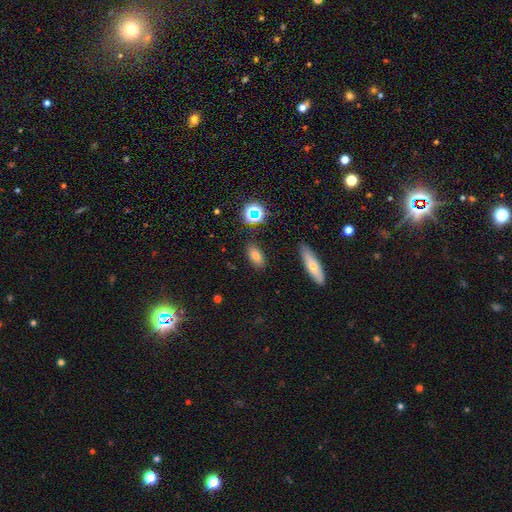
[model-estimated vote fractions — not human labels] Overall: smooth (75%). How rounded: in between (83%). Merging: none (85%).